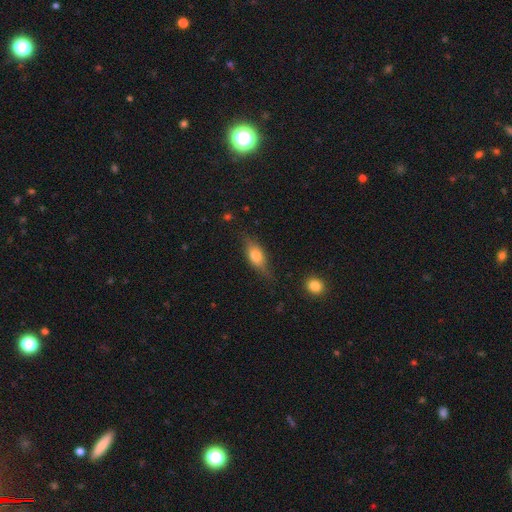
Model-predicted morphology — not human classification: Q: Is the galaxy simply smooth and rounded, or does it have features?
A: smooth — 58%.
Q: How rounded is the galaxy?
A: in between — 67%.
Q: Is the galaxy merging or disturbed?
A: none — 70%.